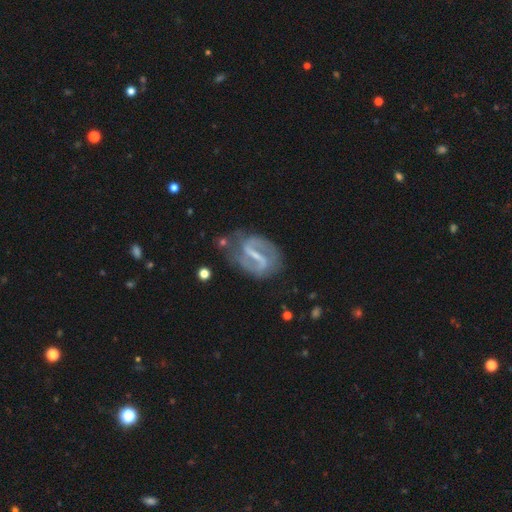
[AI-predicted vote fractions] Morphology: type=featured or disk (87%); edge-on=no (96%); bar=strong (65%); spiral arms=yes (92%); winding=medium (48%); arm count=2 (90%); bulge=small (51%); merging=none (70%).